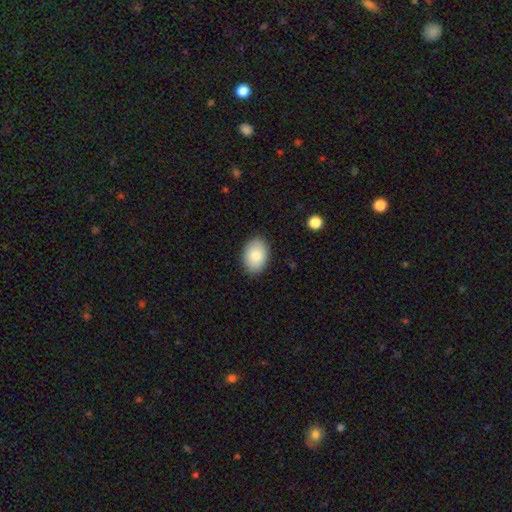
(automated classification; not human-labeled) Morphology: type=smooth (83%); roundness=in between (84%); merging=none (88%).